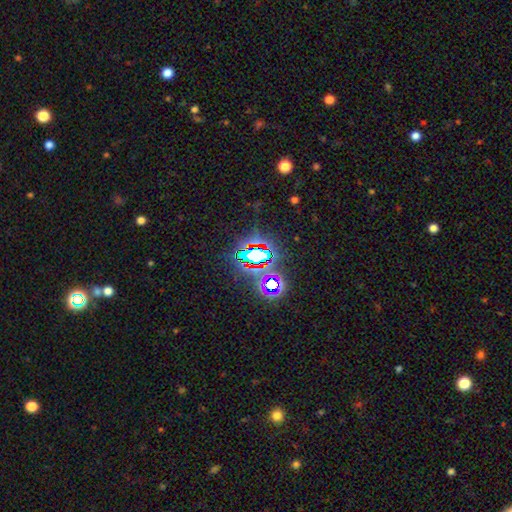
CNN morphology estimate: Smooth or featured? star or artifact (78%)